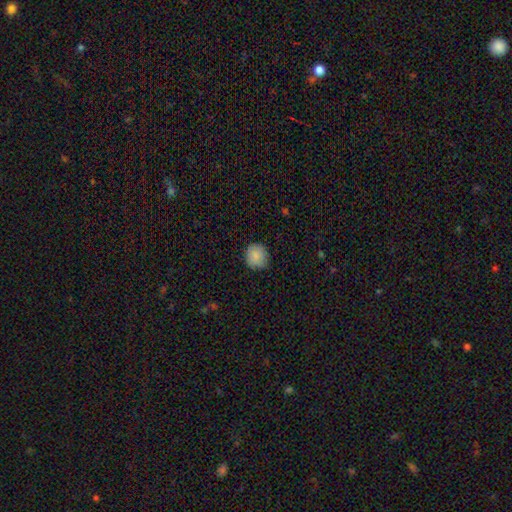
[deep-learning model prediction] smooth 87%, star or artifact 8%, featured or disk 5%. Down the decision tree: how rounded — round (86%); merging — none (84%).